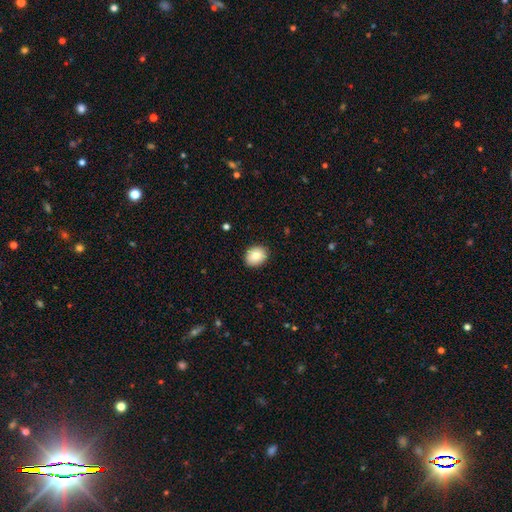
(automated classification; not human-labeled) smooth-or-featured: smooth: 86% | star or artifact: 8% | featured or disk: 6%
  how-rounded: round: 57% | in between: 42% | cigar-shaped: 1%
  merging: none: 89% | minor disturbance: 8% | major disturbance: 2% | merger: 1%